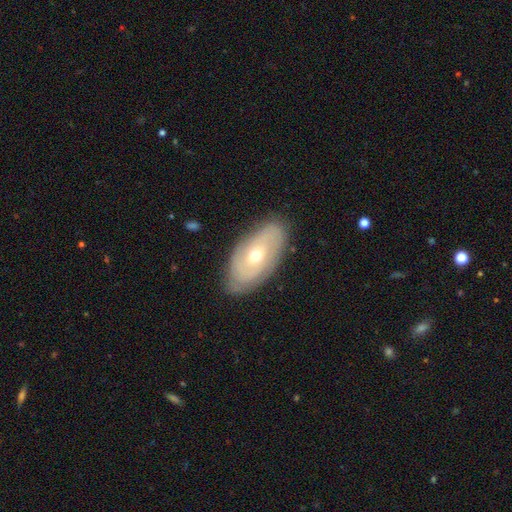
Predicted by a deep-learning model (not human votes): Q: Smooth or featured?
A: featured or disk (63%); runner-up: smooth (30%)
Q: Edge-on disk?
A: no (89%); runner-up: yes (11%)
Q: Bar?
A: no (75%); runner-up: weak (20%)
Q: Spiral arms?
A: yes (64%); runner-up: no (36%)
Q: Bulge size?
A: moderate (52%); runner-up: small (45%)
Q: Merging?
A: none (80%); runner-up: minor disturbance (16%)